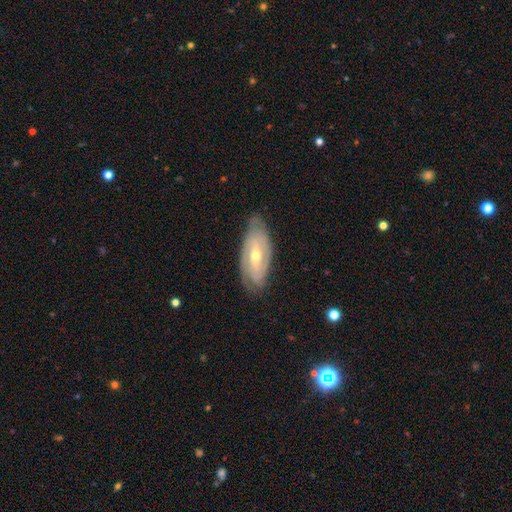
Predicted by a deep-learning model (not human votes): The model was most divided on "bulge size": moderate: 52%, small: 45%, large: 2%, none: 1%, dominant: 1%. Remaining: edge-on disk — no (89%); spiral arms — yes (87%); smooth or featured — featured or disk (79%); merging — none (76%); spiral winding — tight (60%); spiral arm count — 2 (48%); bar — weak (41%).